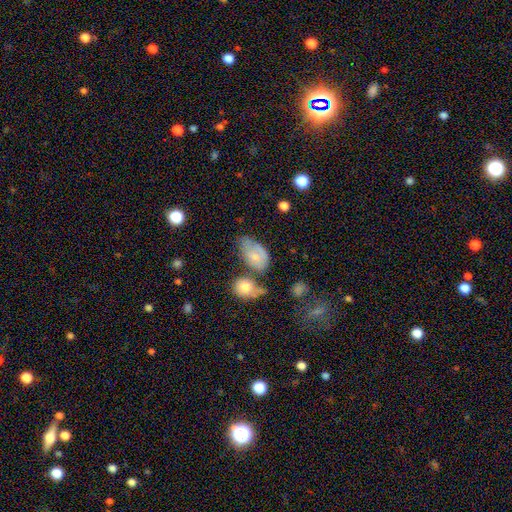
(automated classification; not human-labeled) This is likely a smooth galaxy (62%). How rounded: clearly in between (89%). Merging: marginally none (31%).